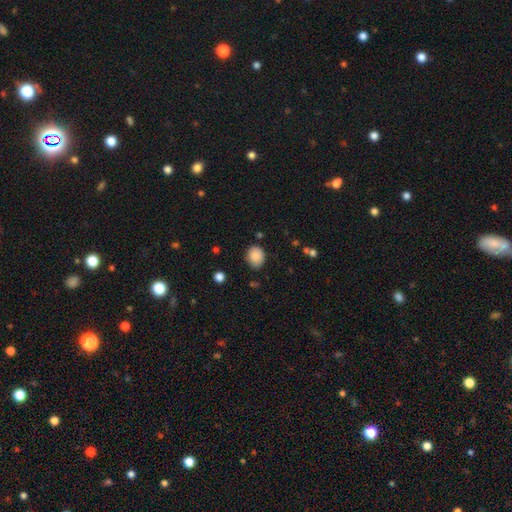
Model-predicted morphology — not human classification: Smooth or featured? Predicted: smooth (p=0.86). How rounded? Predicted: round (p=0.57). Merging? Predicted: none (p=0.77).